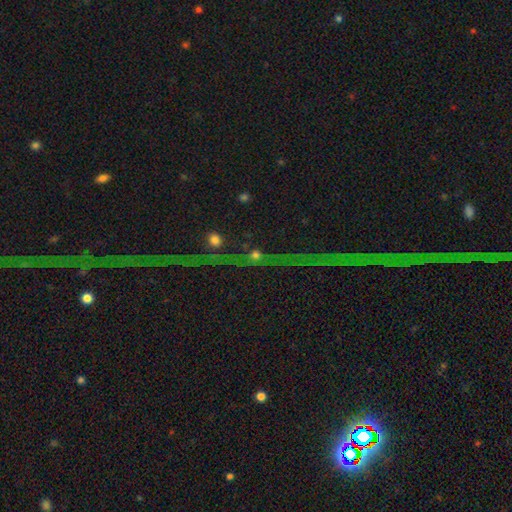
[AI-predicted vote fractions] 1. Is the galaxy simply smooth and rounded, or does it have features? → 44% star or artifact, 29% smooth, 27% featured or disk.